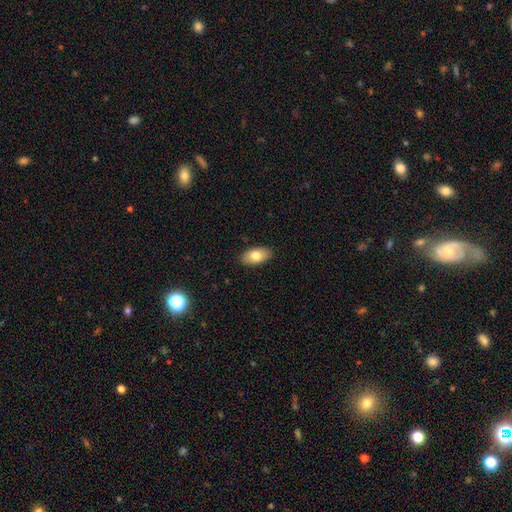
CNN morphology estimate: A smooth galaxy with no disk features (77%) that is in between round and cigar-shaped (93%).

Vote fractions:
- Smooth or featured? smooth: 77% / featured or disk: 16% / star or artifact: 7%
- How rounded? in between: 93% / round: 4% / cigar-shaped: 3%
- Merging? none: 88% / minor disturbance: 9% / major disturbance: 2% / merger: 1%